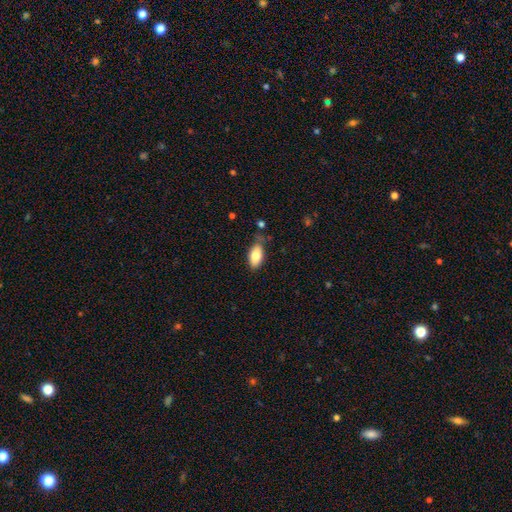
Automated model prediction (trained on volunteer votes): Smooth or featured? smooth (80%)
How rounded? in between (92%)
Merging? none (67%)